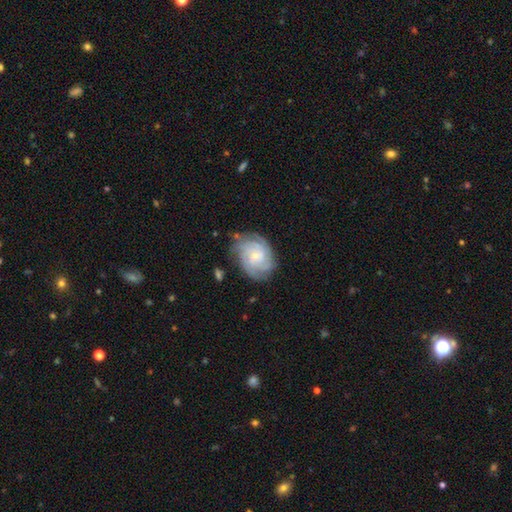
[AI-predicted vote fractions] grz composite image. It shows a featured or disk galaxy (80%) with no bar (66%), tight (67%) spiral arms (96%) and a small central bulge (67%). Merging: none (72%).